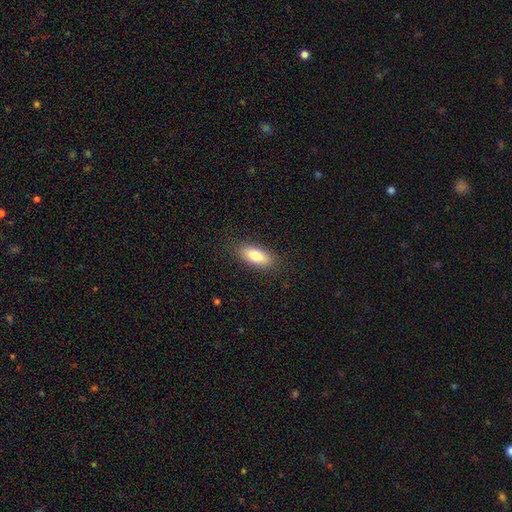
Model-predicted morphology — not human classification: smooth-or-featured: smooth: 79% | featured or disk: 14% | star or artifact: 7%
  how-rounded: in between: 80% | cigar-shaped: 17% | round: 3%
  merging: none: 86% | minor disturbance: 10% | major disturbance: 3% | merger: 1%